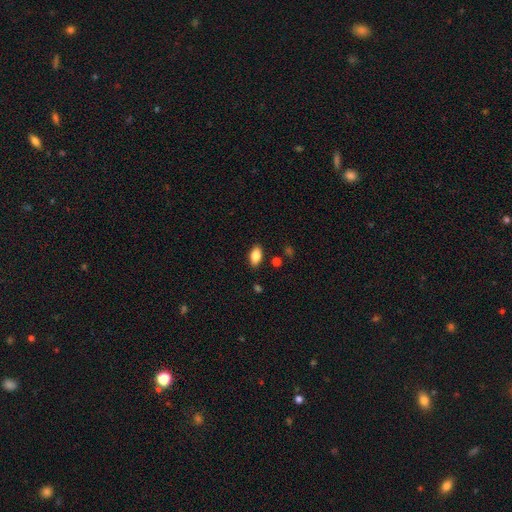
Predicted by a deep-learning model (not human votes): Smooth or featured? smooth (83%)
How rounded? in between (91%)
Merging? none (87%)